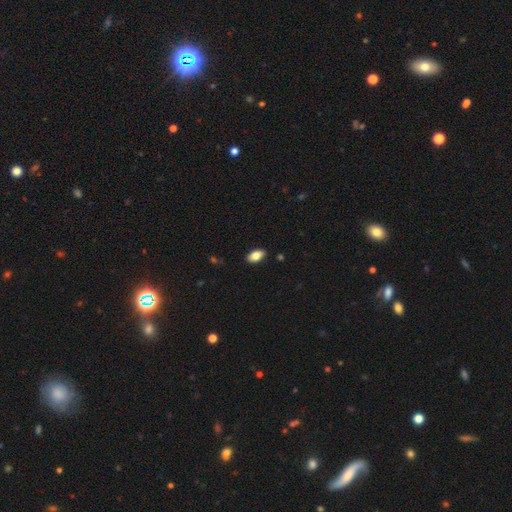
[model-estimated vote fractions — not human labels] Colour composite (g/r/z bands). It shows a smooth galaxy with no disk features (81%) that is in between round and cigar-shaped (93%). Merging: none (89%).